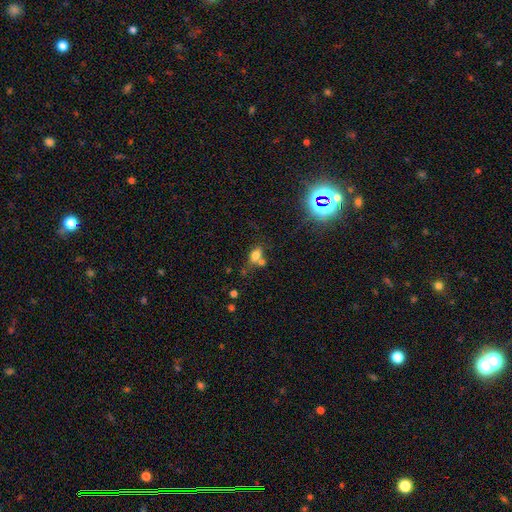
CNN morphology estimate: smooth-or-featured: smooth: 71% | star or artifact: 17% | featured or disk: 12%
  how-rounded: in between: 73% | round: 24% | cigar-shaped: 3%
  merging: none: 44% | merger: 37% | minor disturbance: 13% | major disturbance: 6%